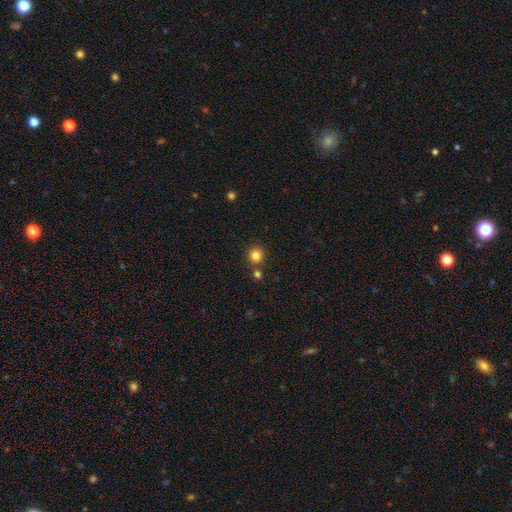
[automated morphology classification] The model was most divided on "merging": none: 80%, merger: 11%, minor disturbance: 7%, major disturbance: 2%. More confident: how rounded — round (93%); smooth or featured — smooth (83%).